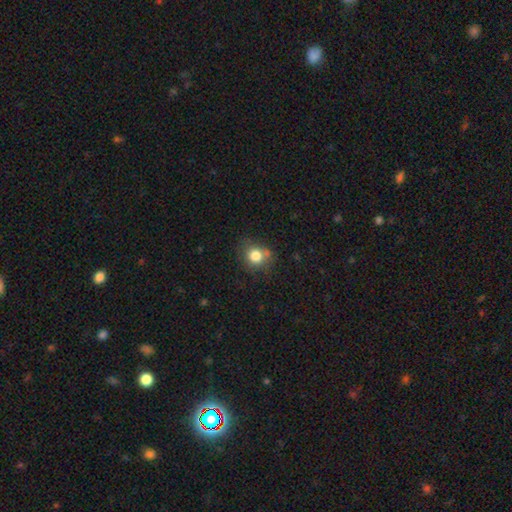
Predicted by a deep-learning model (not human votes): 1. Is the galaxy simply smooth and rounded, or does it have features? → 81% smooth, 11% star or artifact, 8% featured or disk.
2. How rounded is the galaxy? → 79% round, 20% in between, 1% cigar-shaped.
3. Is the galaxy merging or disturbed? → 67% none, 21% minor disturbance, 6% merger, 6% major disturbance.